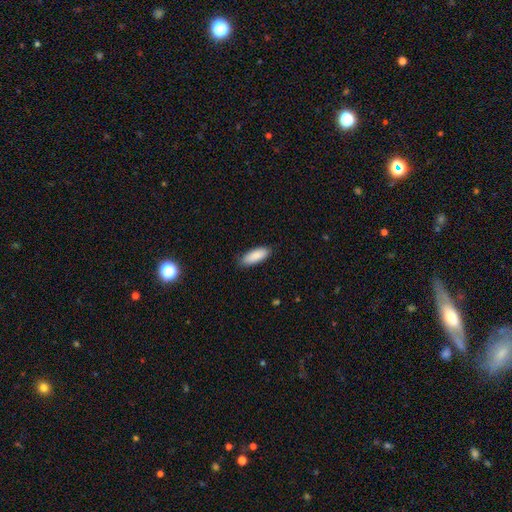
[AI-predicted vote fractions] Q: Smooth or featured?
A: smooth (90%); runner-up: star or artifact (6%)
Q: How rounded?
A: in between (72%); runner-up: cigar-shaped (26%)
Q: Merging?
A: none (85%); runner-up: minor disturbance (12%)